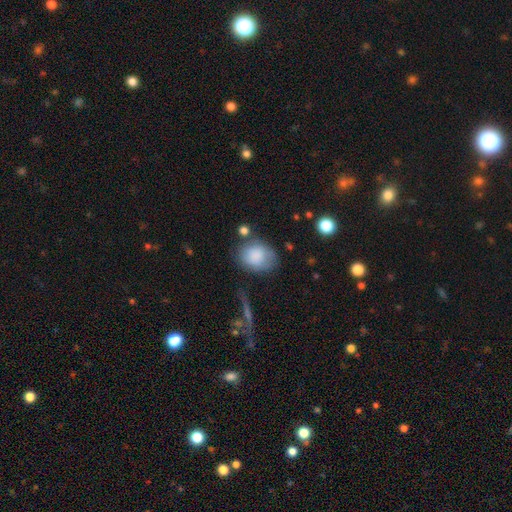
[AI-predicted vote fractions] smooth_or_featured: smooth (p=0.81) [alt: featured or disk p=0.11]
how_rounded: in between (p=0.51) [alt: round p=0.48]
merging: none (p=0.59) [alt: minor disturbance p=0.24]